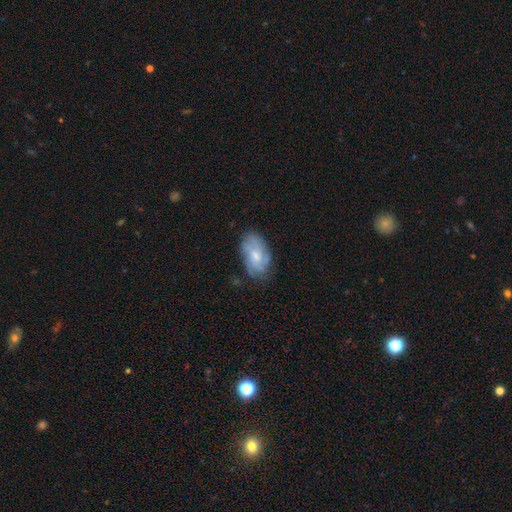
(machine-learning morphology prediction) featured or disk 49%, smooth 44%, star or artifact 7%. Down the decision tree: merging — none (69%).